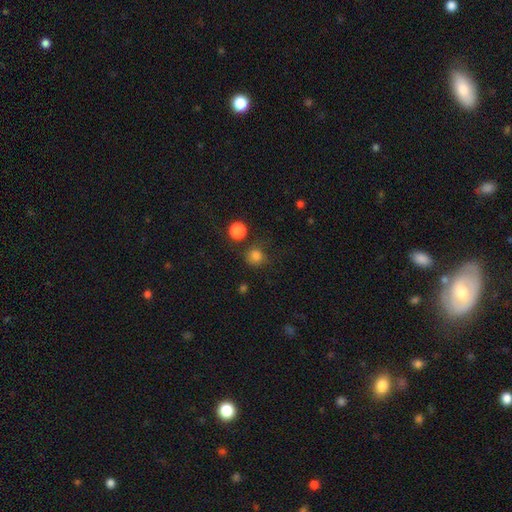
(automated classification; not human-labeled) This is clearly a smooth galaxy (81%). How rounded: clearly round (90%). Merging: likely none (73%).